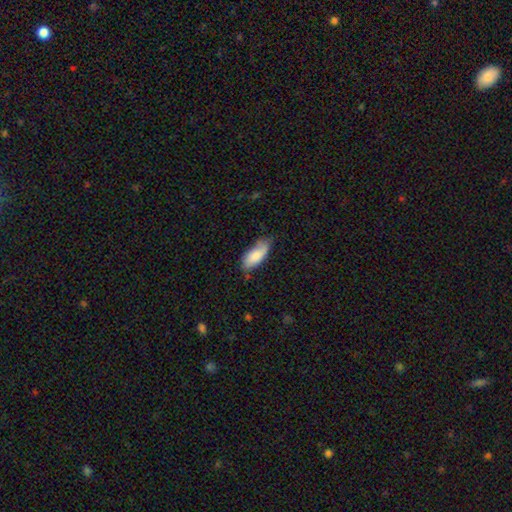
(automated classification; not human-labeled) Smooth or featured?
  - smooth: 79% *
  - featured or disk: 15%
  - star or artifact: 6%
How rounded?
  - in between: 83% *
  - cigar-shaped: 15%
  - round: 2%
Merging?
  - none: 58% *
  - minor disturbance: 33%
  - major disturbance: 6%
  - merger: 3%